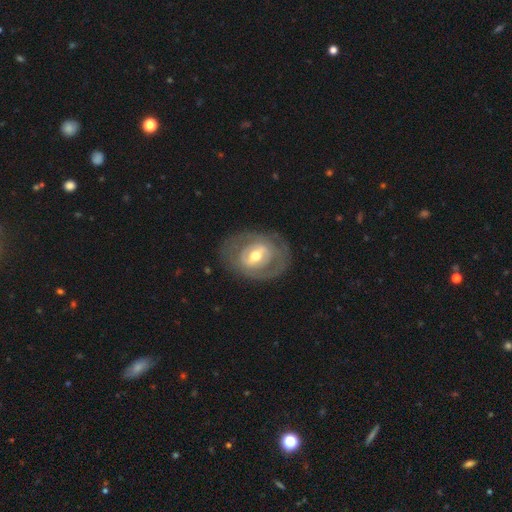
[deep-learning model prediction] A featured or disk galaxy (72%) with a weak bar (41%), no spiral arms (53%) and a moderate central bulge (70%).

Vote fractions:
- Smooth or featured? featured or disk: 72% / smooth: 23% / star or artifact: 5%
- Edge-on disk? no: 94% / yes: 6%
- Bar? weak: 41% / strong: 34% / no: 25%
- Spiral arms? no: 53% / yes: 47%
- Bulge size? moderate: 70% / small: 18% / large: 10% / dominant: 1% / none: 1%
- Merging? none: 77% / minor disturbance: 14% / major disturbance: 8% / merger: 1%